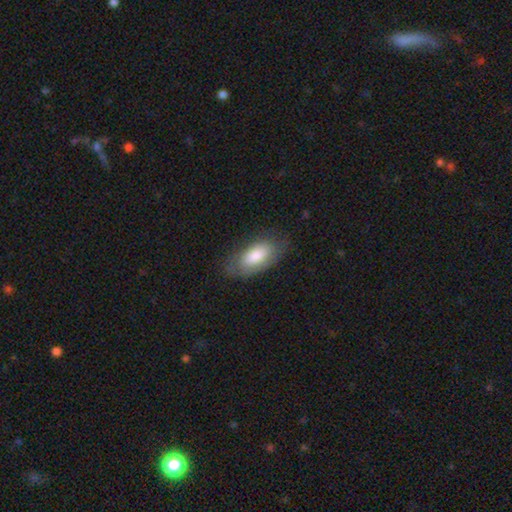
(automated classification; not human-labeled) Smooth or featured? Predicted: smooth (p=0.73). How rounded? Predicted: in between (p=0.91). Merging? Predicted: none (p=0.75).